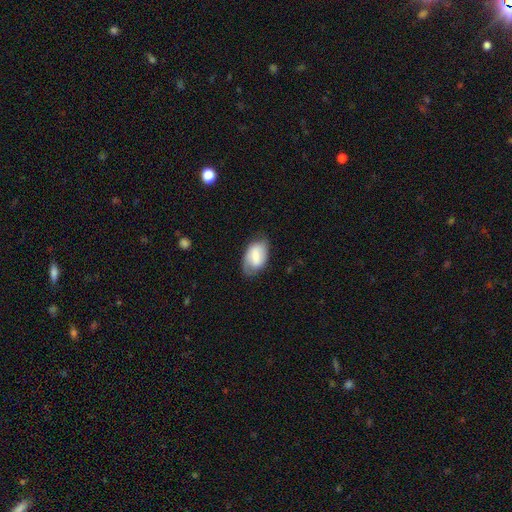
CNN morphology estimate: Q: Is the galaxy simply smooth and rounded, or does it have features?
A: smooth — 58%.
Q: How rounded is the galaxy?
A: in between — 91%.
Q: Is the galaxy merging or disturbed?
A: none — 68%.